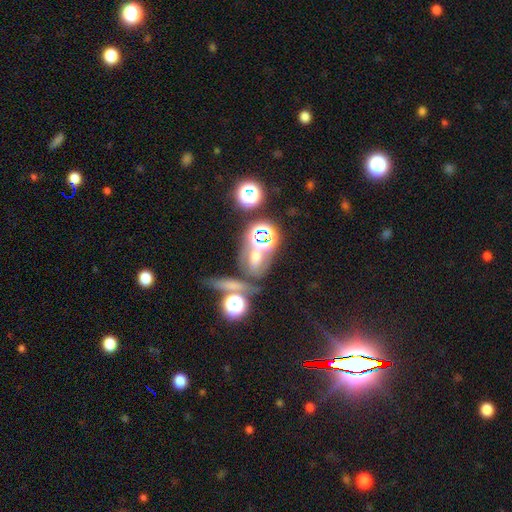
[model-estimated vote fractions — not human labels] smooth-or-featured: star or artifact: 38% (tied) | smooth: 38% (tied) | featured or disk: 24%